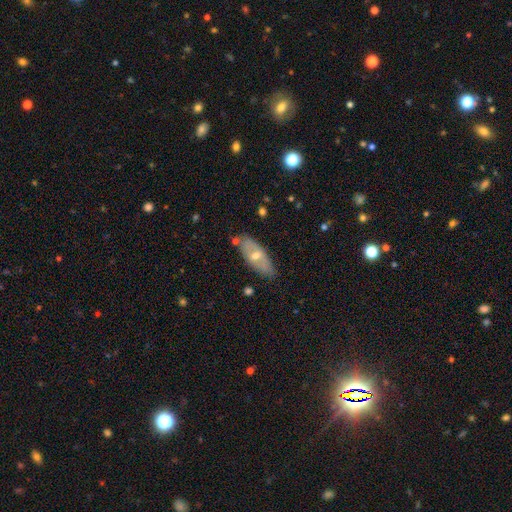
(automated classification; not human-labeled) Smooth or featured? featured or disk (51%)
Edge-on disk? no (71%)
Merging? none (78%)